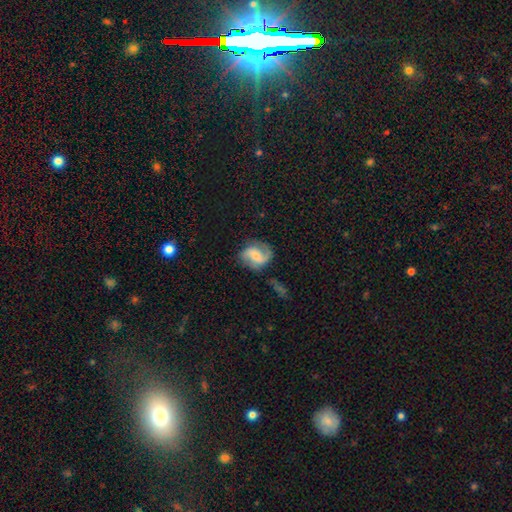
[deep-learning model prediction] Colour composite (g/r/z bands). It shows a featured or disk galaxy (76%) with a weak bar (46%), 2 (86%) medium (46%) spiral arms (95%) and a small central bulge (41%). Merging: none (71%).